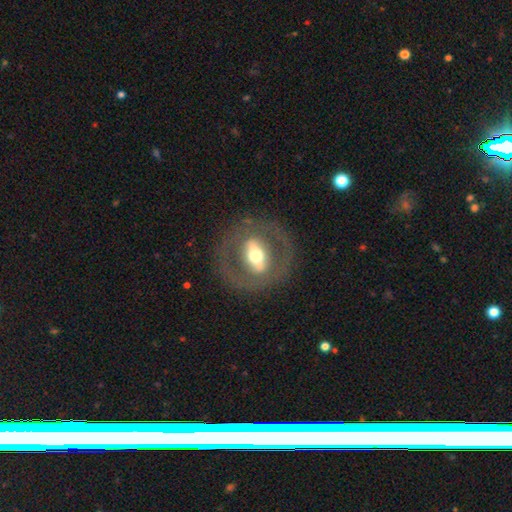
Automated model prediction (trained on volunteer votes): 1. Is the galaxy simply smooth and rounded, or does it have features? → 69% featured or disk, 25% smooth, 7% star or artifact.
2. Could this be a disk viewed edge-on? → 84% no, 16% yes.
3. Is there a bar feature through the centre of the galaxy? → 60% strong, 21% weak, 19% no.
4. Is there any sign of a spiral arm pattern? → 81% no, 19% yes.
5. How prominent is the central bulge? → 62% moderate, 21% large, 13% small, 3% dominant, 1% none.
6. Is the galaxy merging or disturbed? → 80% none, 10% major disturbance, 9% minor disturbance, 1% merger.